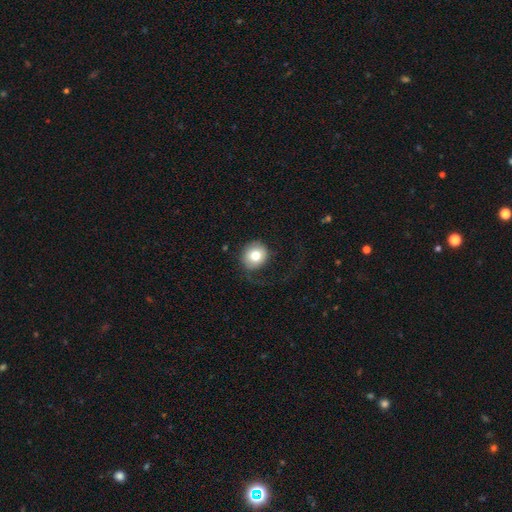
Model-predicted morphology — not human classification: Smooth or featured? Predicted: smooth (p=0.76). How rounded? Predicted: round (p=0.89). Merging? Predicted: none (p=0.66).